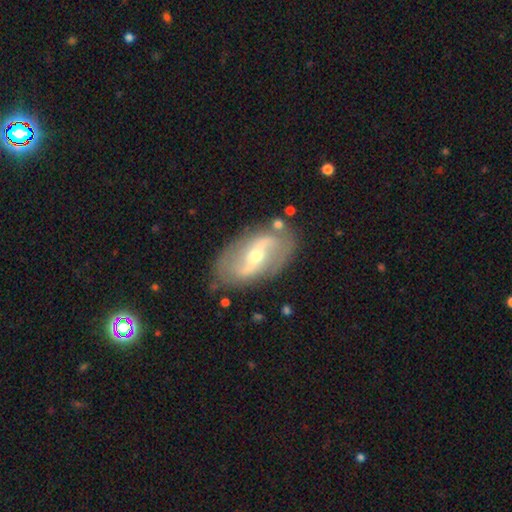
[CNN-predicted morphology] A featured or disk galaxy (83%) with a strong bar (47%), 2 (89%) loose (52%) spiral arms (85%) and a moderate central bulge (53%). Merging: none (80%).